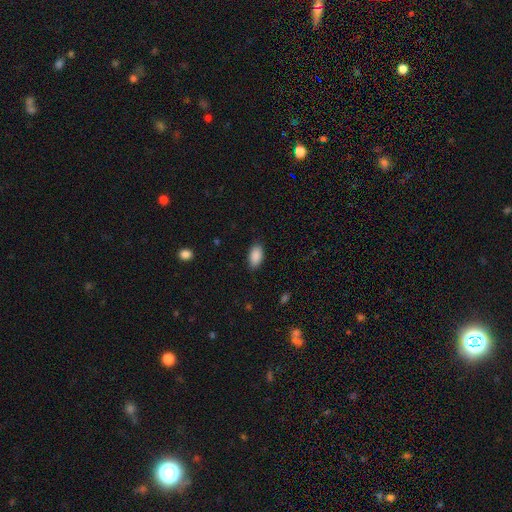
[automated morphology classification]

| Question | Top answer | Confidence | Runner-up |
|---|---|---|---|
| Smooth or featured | smooth | 90% | star or artifact (7%) |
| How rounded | in between | 94% | round (4%) |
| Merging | none | 85% | minor disturbance (11%) |